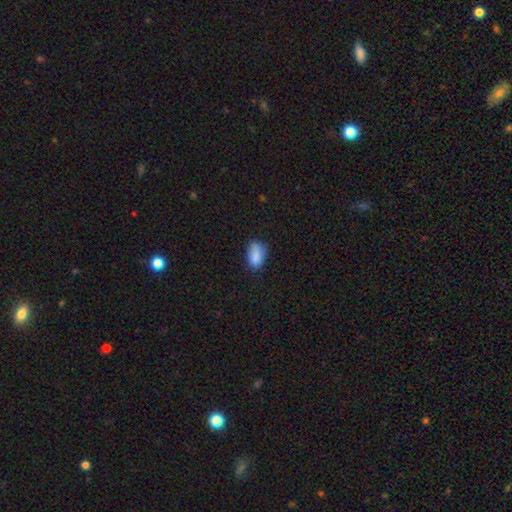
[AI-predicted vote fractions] The model was most divided on "merging": none: 59%, minor disturbance: 30%, major disturbance: 8%, merger: 3%. More confident: how rounded — in between (89%); smooth or featured — smooth (83%).